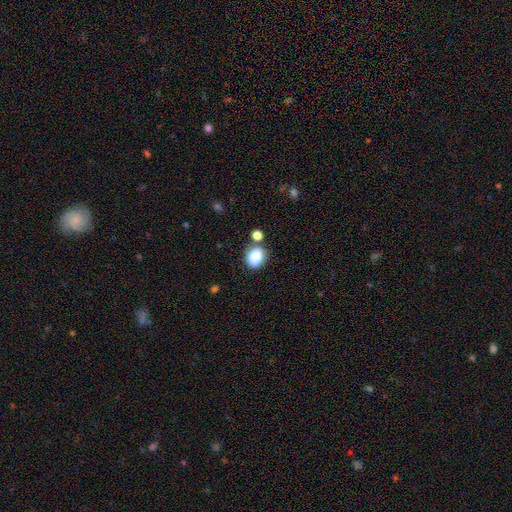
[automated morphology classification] Smooth or featured? Predicted: smooth (p=0.85). How rounded? Predicted: round (p=0.56). Merging? Predicted: none (p=0.65).